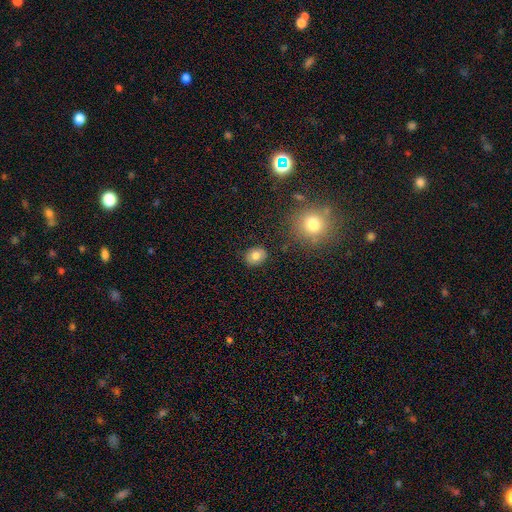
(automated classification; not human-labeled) smooth-or-featured: smooth: 80% | featured or disk: 11% | star or artifact: 9%
  how-rounded: round: 58% | in between: 41% | cigar-shaped: 1%
  merging: none: 87% | minor disturbance: 8% | major disturbance: 2% | merger: 2%